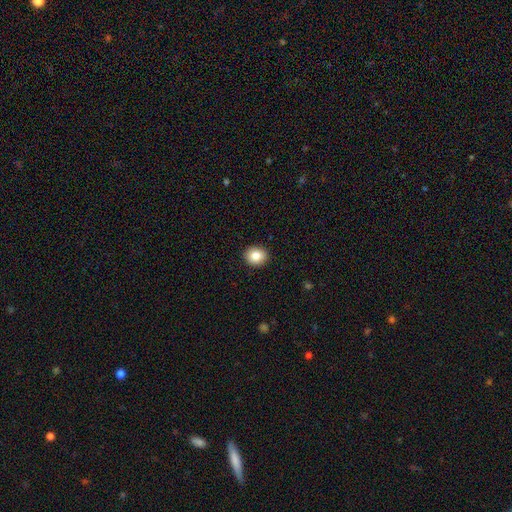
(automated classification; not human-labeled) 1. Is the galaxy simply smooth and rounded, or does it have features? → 84% smooth, 9% star or artifact, 7% featured or disk.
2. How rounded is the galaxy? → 76% round, 24% in between, 1% cigar-shaped.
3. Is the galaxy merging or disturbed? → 92% none, 5% minor disturbance, 2% major disturbance, 1% merger.